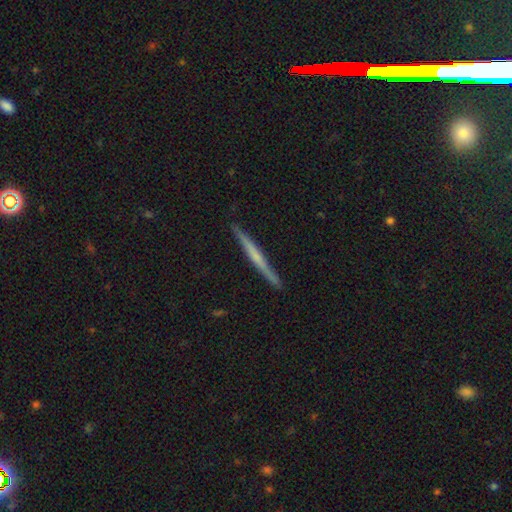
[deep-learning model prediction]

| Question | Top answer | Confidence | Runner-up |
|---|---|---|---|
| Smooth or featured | featured or disk | 59% | smooth (35%) |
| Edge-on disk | yes | 98% | no (2%) |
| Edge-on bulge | none | 63% | rounded (27%) |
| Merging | none | 90% | minor disturbance (7%) |